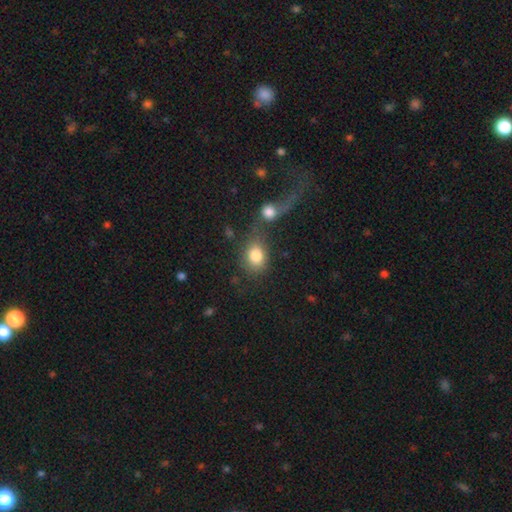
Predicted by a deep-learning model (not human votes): smooth 82%, featured or disk 10%, star or artifact 8%. Down the decision tree: how rounded — in between (51%); merging — none (39%).